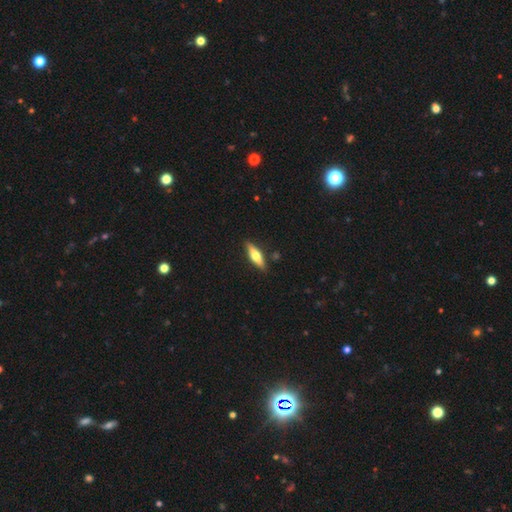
Smooth or featured? 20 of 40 (50%) said featured or disk. Edge-on disk? 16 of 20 (80%) said yes. Edge-on bulge? 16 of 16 (100%) said rounded. Merging? 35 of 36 (97%) said none.